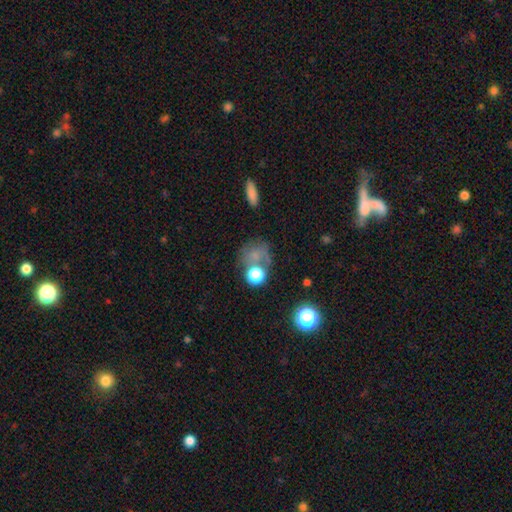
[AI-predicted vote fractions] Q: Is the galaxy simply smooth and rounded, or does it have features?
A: smooth — 61%.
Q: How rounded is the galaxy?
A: round — 68%.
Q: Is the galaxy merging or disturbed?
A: none — 41%.